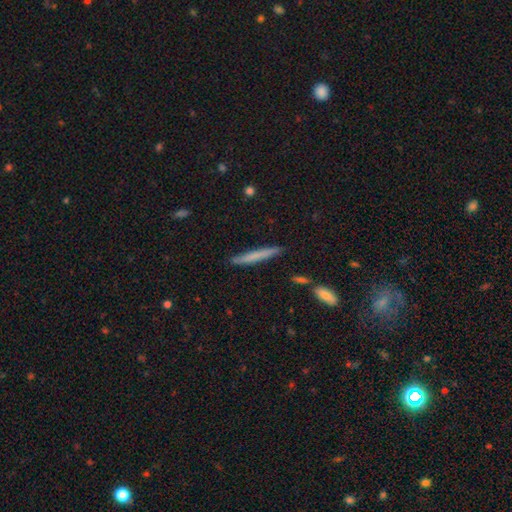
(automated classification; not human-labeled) This is likely a smooth galaxy (65%). How rounded: clearly cigar-shaped (96%). Merging: clearly none (87%).